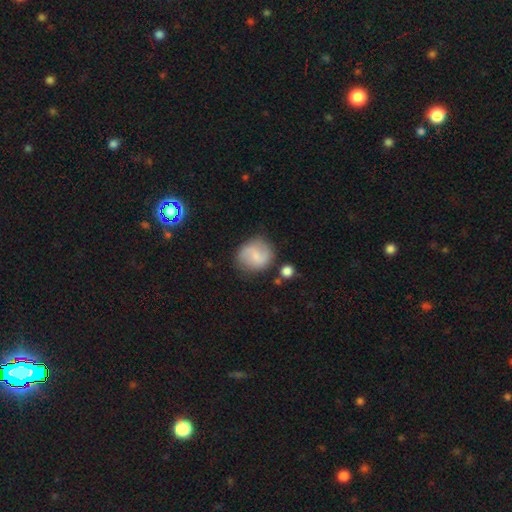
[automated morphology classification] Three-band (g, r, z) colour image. It shows a smooth galaxy with no disk features (48%). Merging: none (76%).